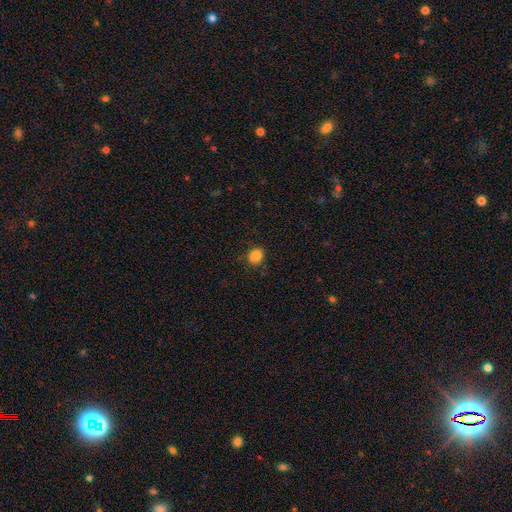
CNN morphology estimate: A smooth galaxy with no disk features (86%) that is round (64%). Merging: none (85%).